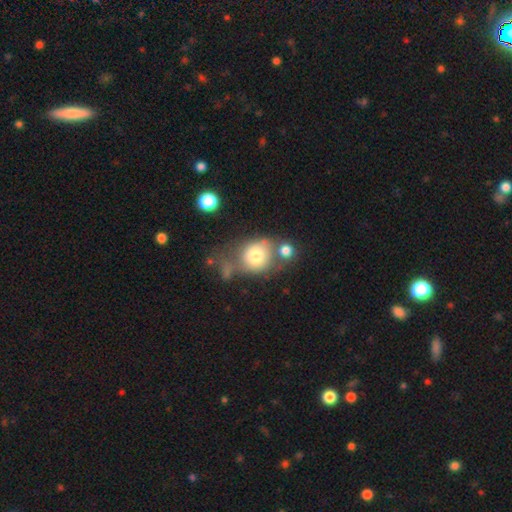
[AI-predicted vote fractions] A smooth galaxy with no disk features (70%) that is round (68%).

Vote fractions:
- Smooth or featured? smooth: 70% / featured or disk: 20% / star or artifact: 10%
- How rounded? round: 68% / in between: 31% / cigar-shaped: 1%
- Merging? none: 37% / merger: 31% / minor disturbance: 18% / major disturbance: 14%